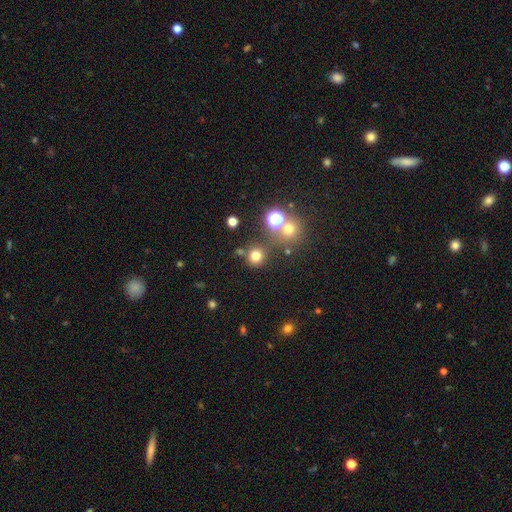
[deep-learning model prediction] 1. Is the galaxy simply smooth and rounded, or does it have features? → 73% smooth, 21% star or artifact, 6% featured or disk.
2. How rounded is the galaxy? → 92% round, 7% in between, 1% cigar-shaped.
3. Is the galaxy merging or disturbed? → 78% none, 10% merger, 8% minor disturbance, 4% major disturbance.